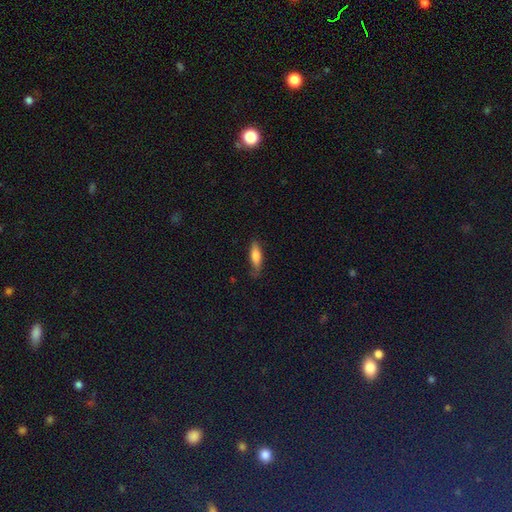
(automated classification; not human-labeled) This appears to be a smooth galaxy with no disk features (74%) that is cigar-shaped (51%). Merging: none (71%).